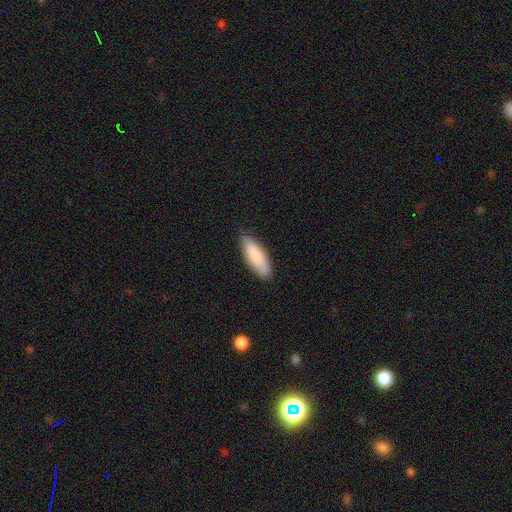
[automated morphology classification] A smooth galaxy with no disk features (86%) that is in between round and cigar-shaped (54%). Merging: none (83%).